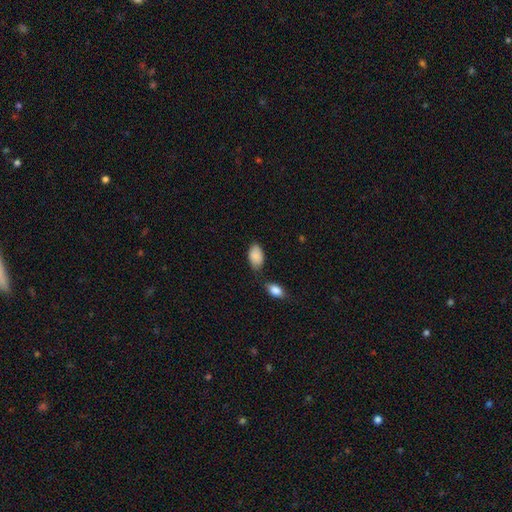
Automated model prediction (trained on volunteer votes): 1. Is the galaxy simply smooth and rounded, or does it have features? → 88% smooth, 6% star or artifact, 6% featured or disk.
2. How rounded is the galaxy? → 94% in between, 4% round, 2% cigar-shaped.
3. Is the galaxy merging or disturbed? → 63% none, 22% minor disturbance, 10% merger, 5% major disturbance.